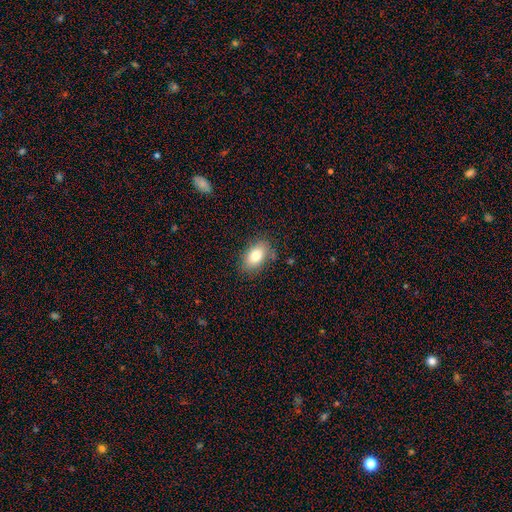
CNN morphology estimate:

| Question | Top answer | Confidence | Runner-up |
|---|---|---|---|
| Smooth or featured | smooth | 81% | featured or disk (11%) |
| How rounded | in between | 89% | round (9%) |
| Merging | none | 81% | minor disturbance (14%) |